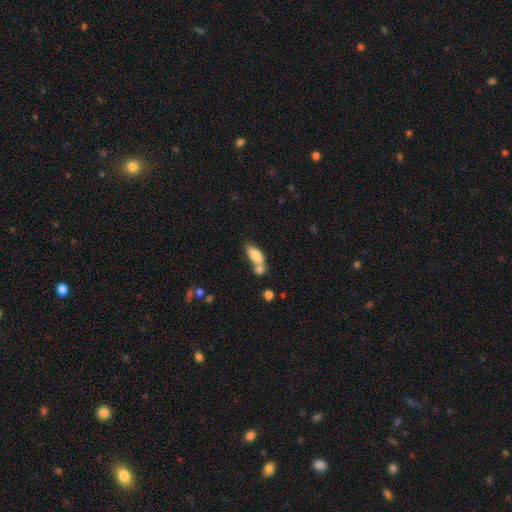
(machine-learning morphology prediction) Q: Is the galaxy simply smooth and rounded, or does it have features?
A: smooth — 78%.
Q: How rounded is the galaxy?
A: in between — 79%.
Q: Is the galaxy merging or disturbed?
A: merger — 49%.